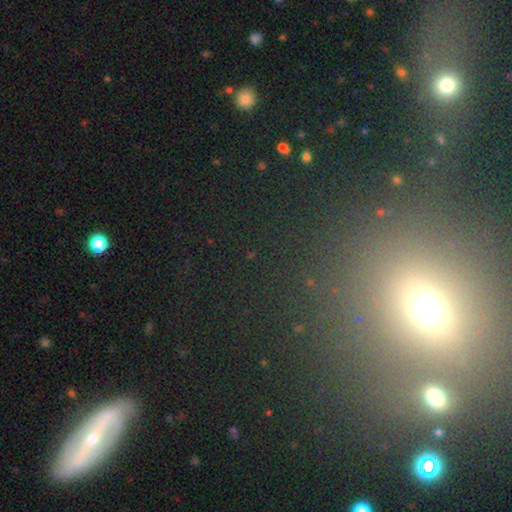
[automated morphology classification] Q: Smooth or featured?
A: star or artifact (52%); runner-up: smooth (32%)